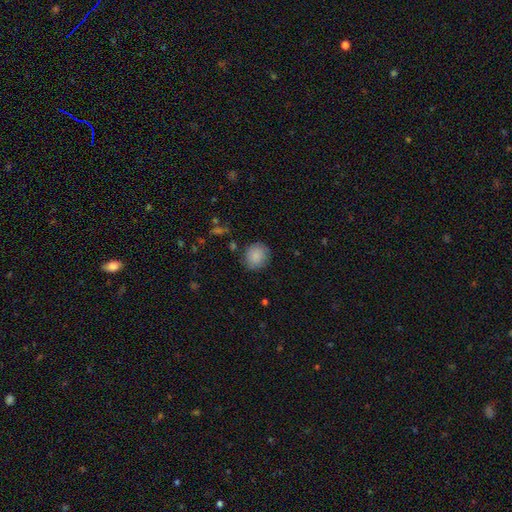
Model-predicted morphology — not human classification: Smooth or featured?
  - smooth: 87% *
  - star or artifact: 7%
  - featured or disk: 5%
How rounded?
  - round: 82% *
  - in between: 17%
  - cigar-shaped: 1%
Merging?
  - none: 84% *
  - minor disturbance: 12%
  - major disturbance: 3%
  - merger: 2%